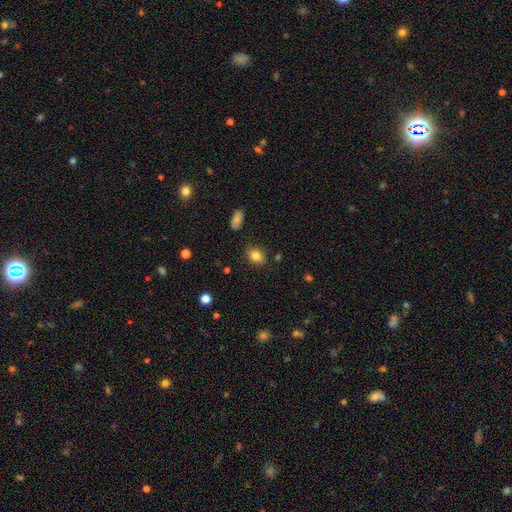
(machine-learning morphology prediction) A smooth galaxy with no disk features (83%) that is in between round and cigar-shaped (53%). Merging: none (84%).